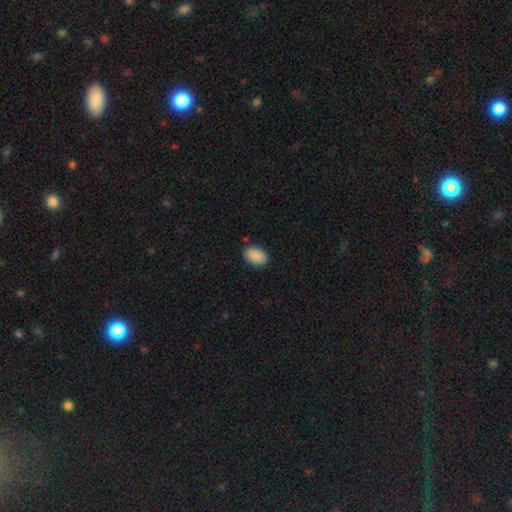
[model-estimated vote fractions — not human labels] A smooth galaxy with no disk features (90%) that is in between round and cigar-shaped (87%).

Vote fractions:
- Smooth or featured? smooth: 90% / star or artifact: 7% / featured or disk: 3%
- How rounded? in between: 87% / round: 12% / cigar-shaped: 1%
- Merging? none: 87% / minor disturbance: 9% / major disturbance: 2% / merger: 1%